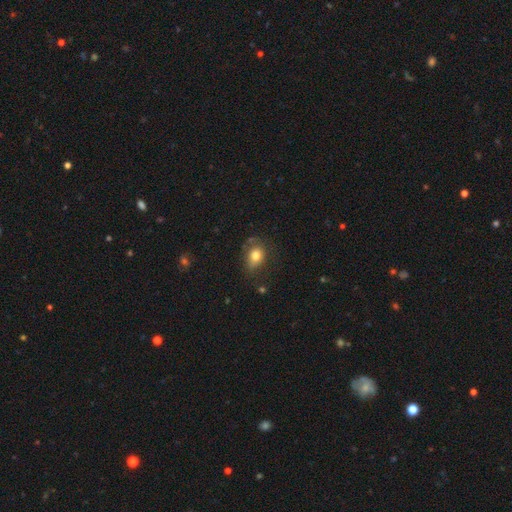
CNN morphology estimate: This appears to be a smooth galaxy with no disk features (76%) that is in between round and cigar-shaped (59%). Merging: none (59%).